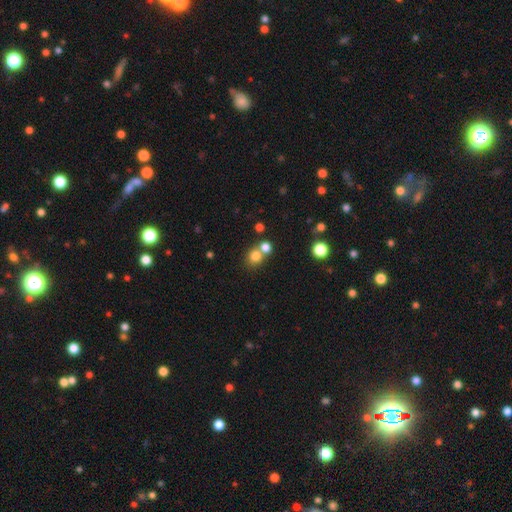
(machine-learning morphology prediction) The model was most divided on "merging": none: 54%, merger: 36%, minor disturbance: 7%, major disturbance: 3%. More confident: how rounded — round (83%); smooth or featured — smooth (78%).